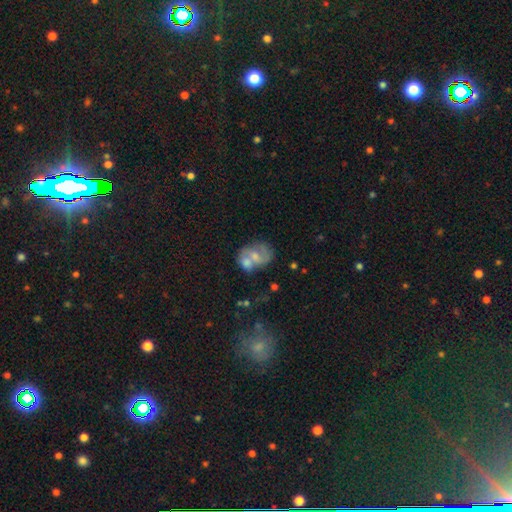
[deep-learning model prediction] Smooth or featured: featured or disk — 47% (smooth — 44%)
Merging: merger — 48% (none — 28%)